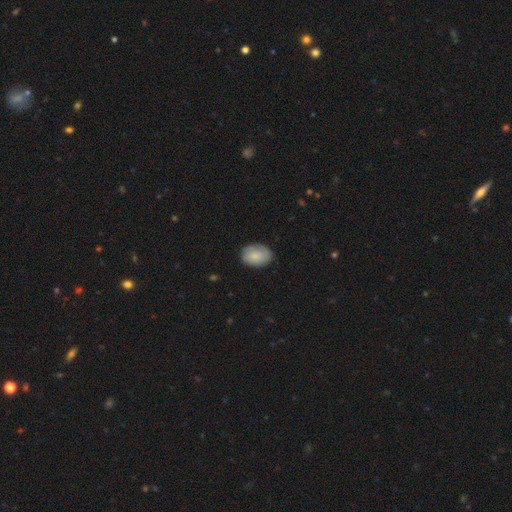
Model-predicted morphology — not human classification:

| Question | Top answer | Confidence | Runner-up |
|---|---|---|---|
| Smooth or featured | smooth | 83% | featured or disk (11%) |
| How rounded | in between | 78% | round (21%) |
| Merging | none | 79% | minor disturbance (16%) |